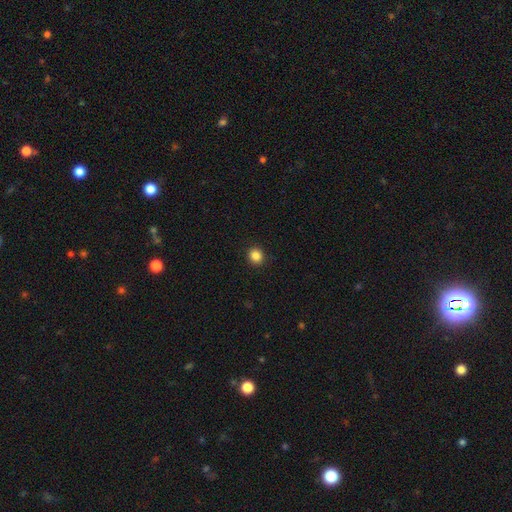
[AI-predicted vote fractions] Smooth or featured?
  - smooth: 86% *
  - star or artifact: 11%
  - featured or disk: 4%
How rounded?
  - round: 87% *
  - in between: 12%
  - cigar-shaped: 1%
Merging?
  - none: 92% *
  - minor disturbance: 5%
  - major disturbance: 2%
  - merger: 1%